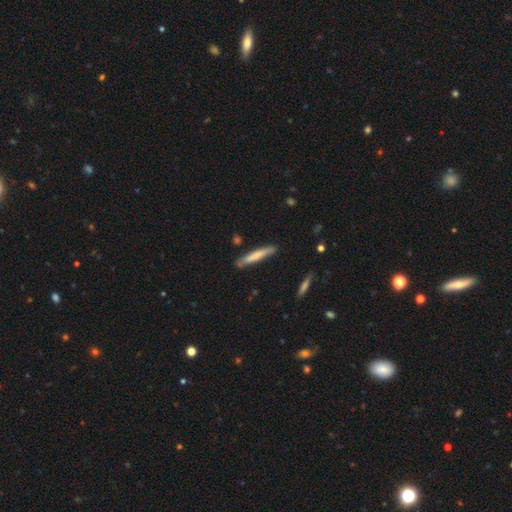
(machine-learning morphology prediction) type=smooth (63%); roundness=cigar-shaped (93%); merging=none (82%).